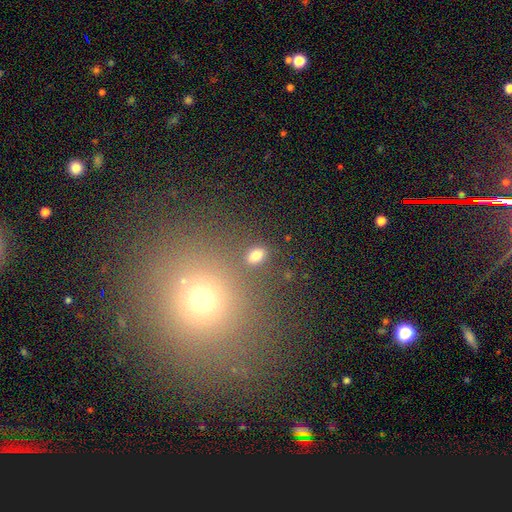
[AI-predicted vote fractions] Morphology: type=smooth (78%); roundness=in between (81%); merging=none (81%).